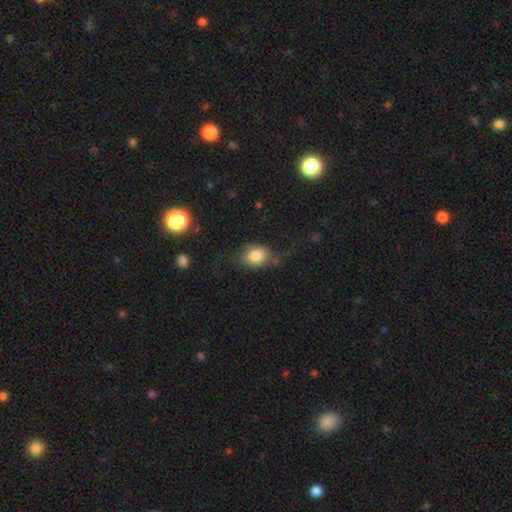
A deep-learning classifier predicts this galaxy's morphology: Smooth or featured? smooth (71%)
How rounded? in between (60%)
Merging? none (46%)